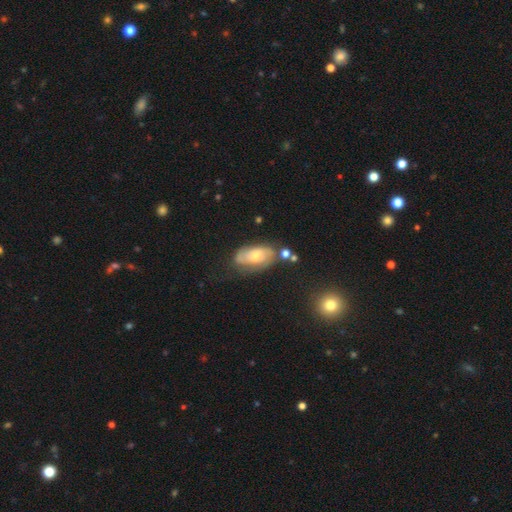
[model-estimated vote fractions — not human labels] Morphology: type=featured or disk (49%); merging=none (56%).